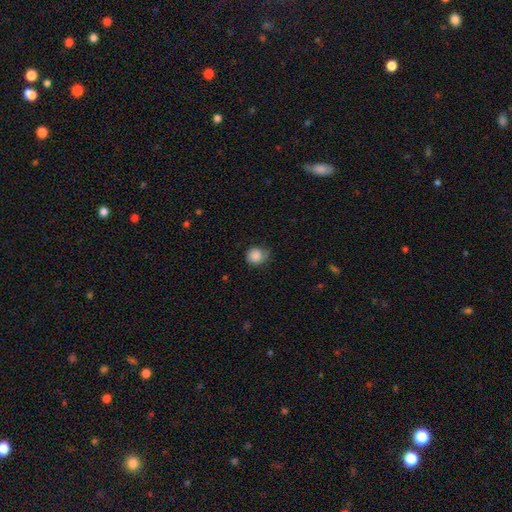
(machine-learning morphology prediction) Q: Smooth or featured?
A: smooth (84%); runner-up: star or artifact (8%)
Q: How rounded?
A: round (82%); runner-up: in between (17%)
Q: Merging?
A: none (57%); runner-up: minor disturbance (32%)